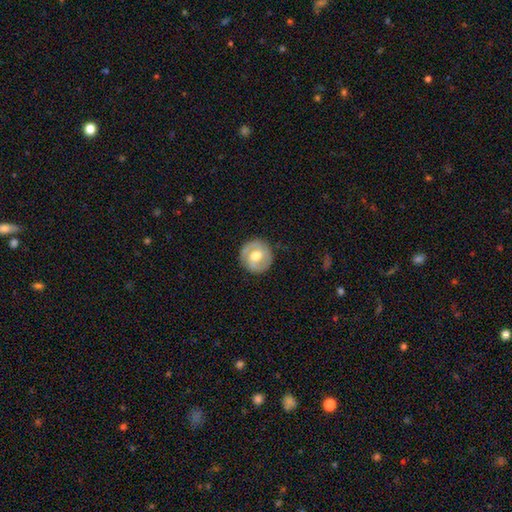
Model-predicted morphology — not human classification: Q: Smooth or featured?
A: featured or disk (56%); runner-up: smooth (39%)
Q: Edge-on disk?
A: no (96%); runner-up: yes (4%)
Q: Bar?
A: weak (43%); tied with: no (43%)
Q: Spiral arms?
A: yes (66%); runner-up: no (34%)
Q: Bulge size?
A: moderate (74%); runner-up: large (14%)
Q: Merging?
A: none (85%); runner-up: minor disturbance (11%)